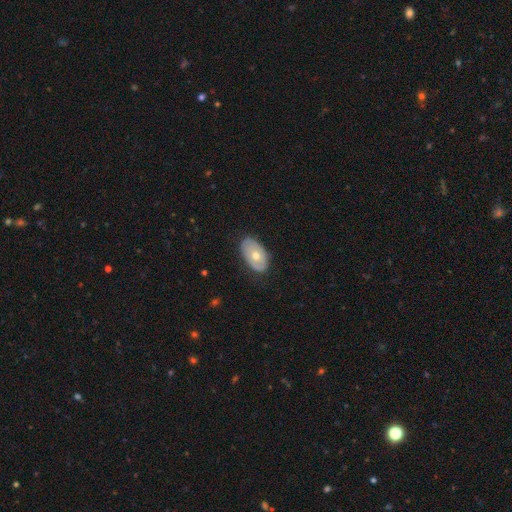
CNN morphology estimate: smooth 48%, featured or disk 46%, star or artifact 6%. Down the decision tree: merging — none (77%).